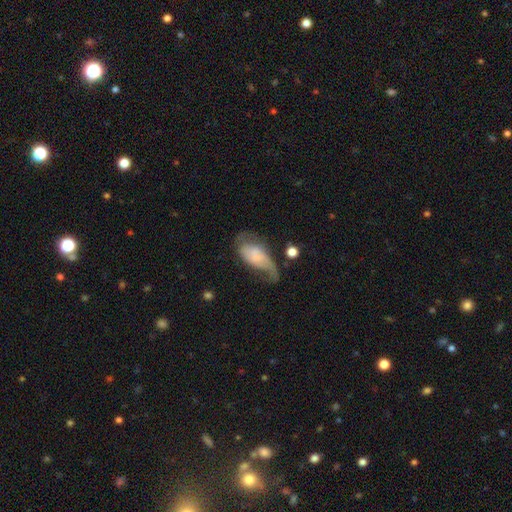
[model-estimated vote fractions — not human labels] Smooth or featured? Predicted: featured or disk (p=0.50). Merging? Predicted: major disturbance (p=0.37).